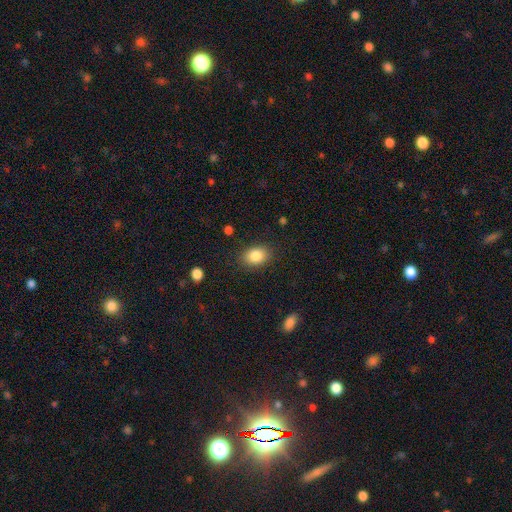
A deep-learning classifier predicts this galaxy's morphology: Smooth or featured: smooth — 85% (star or artifact — 9%)
How rounded: in between — 77% (round — 22%)
Merging: none — 85% (minor disturbance — 11%)